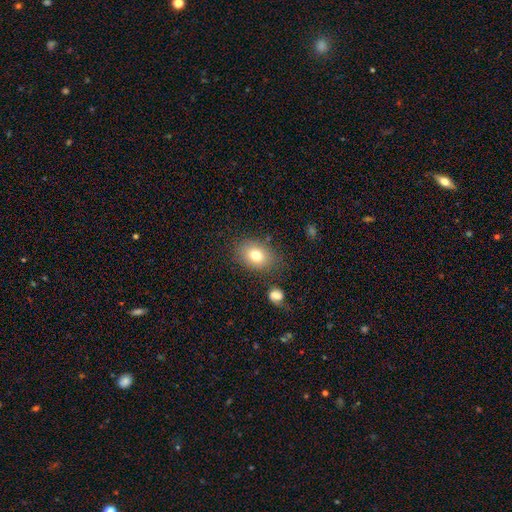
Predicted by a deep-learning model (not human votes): The model was most divided on "how rounded": in between: 71%, round: 28%, cigar-shaped: 1%. More confident: smooth or featured — smooth (78%); merging — none (76%).